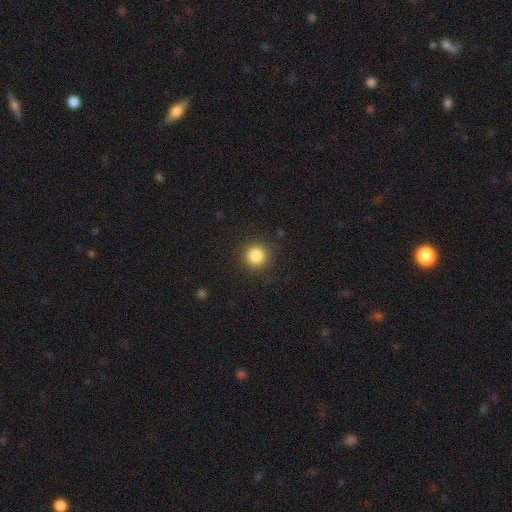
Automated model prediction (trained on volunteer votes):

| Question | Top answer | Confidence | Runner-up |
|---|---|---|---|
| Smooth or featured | smooth | 85% | star or artifact (11%) |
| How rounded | round | 94% | in between (5%) |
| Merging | none | 90% | minor disturbance (7%) |